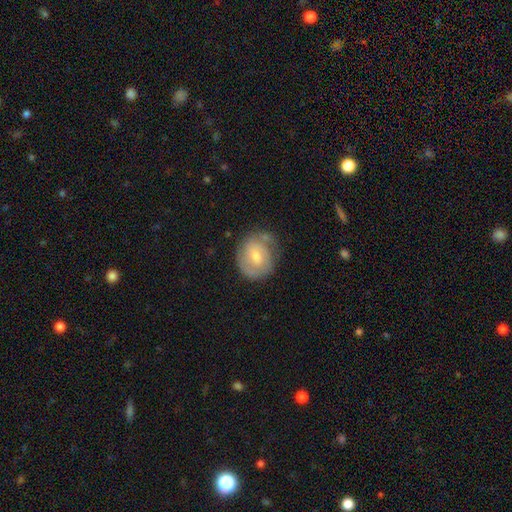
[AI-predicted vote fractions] Smooth or featured?
  - featured or disk: 58% *
  - smooth: 36%
  - star or artifact: 6%
Edge-on disk?
  - no: 97% *
  - yes: 3%
Bar?
  - weak: 47% *
  - no: 43%
  - strong: 9%
Spiral arms?
  - yes: 78% *
  - no: 22%
Bulge size?
  - moderate: 52% *
  - small: 41%
  - large: 4%
  - none: 2%
  - dominant: 1%
Merging?
  - none: 64% *
  - minor disturbance: 23%
  - major disturbance: 9%
  - merger: 4%